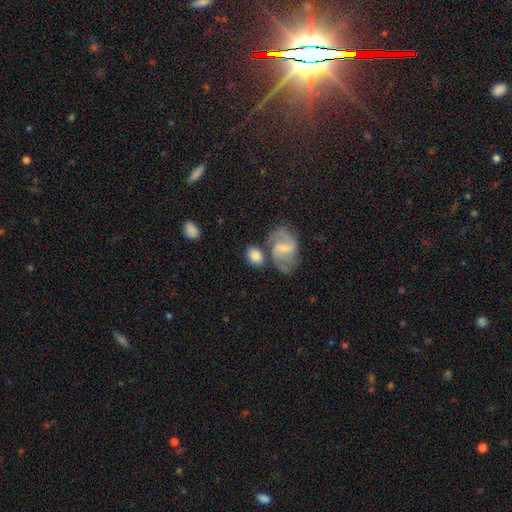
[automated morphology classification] This is possibly a smooth galaxy (58%). How rounded: likely in between (66%). Merging: possibly none (57%).